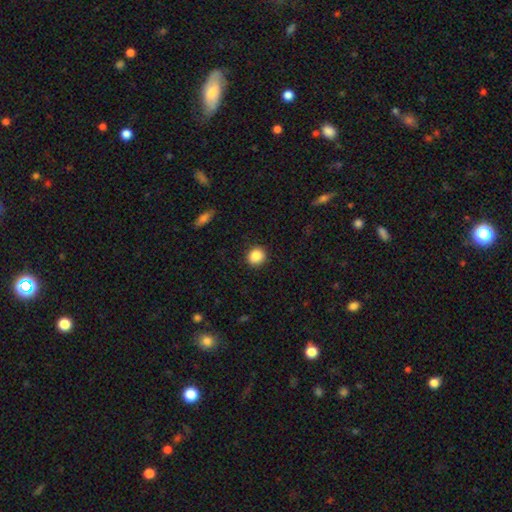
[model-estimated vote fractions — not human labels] The model was most divided on "how rounded": round: 87%, in between: 12%, cigar-shaped: 1%. More confident: merging — none (91%); smooth or featured — smooth (88%).